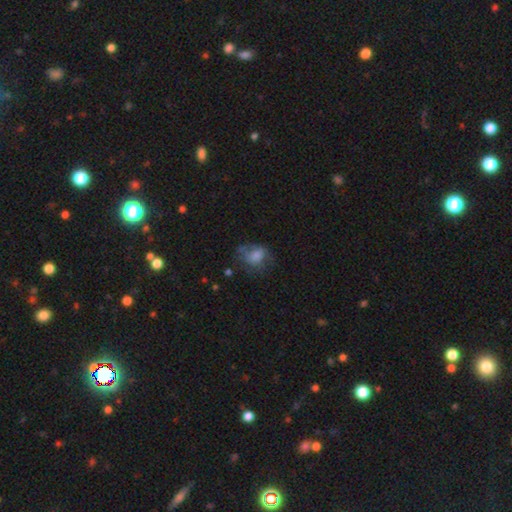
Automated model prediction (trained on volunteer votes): Smooth or featured? Predicted: smooth (p=0.59). How rounded? Predicted: in between (p=0.52). Merging? Predicted: none (p=0.46).